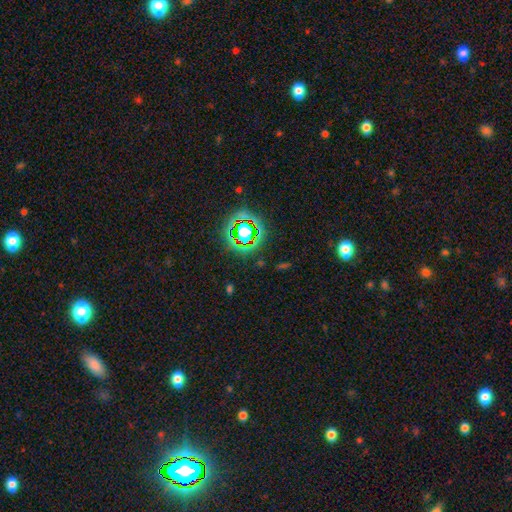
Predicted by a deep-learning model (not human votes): Smooth or featured?
  - star or artifact: 77% *
  - smooth: 13%
  - featured or disk: 10%